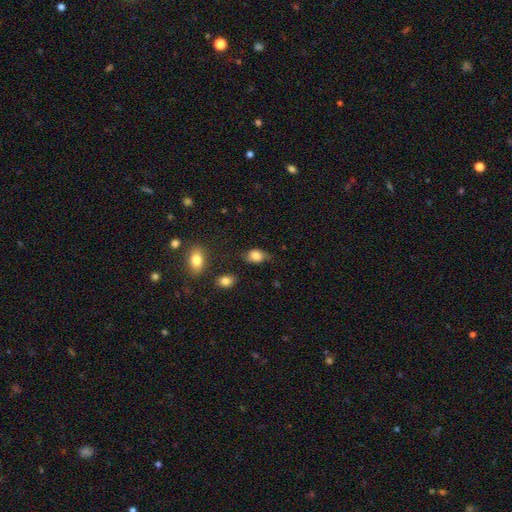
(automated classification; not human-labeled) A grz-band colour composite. It shows a smooth galaxy with no disk features (79%) that is in between round and cigar-shaped (78%). Merging: none (60%).